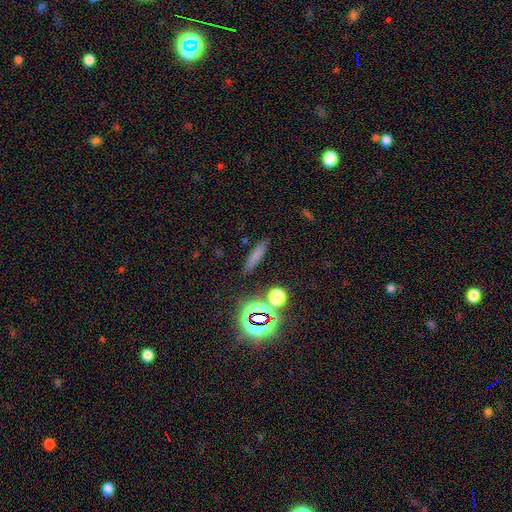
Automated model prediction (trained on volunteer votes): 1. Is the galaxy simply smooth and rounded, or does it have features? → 68% smooth, 19% star or artifact, 13% featured or disk.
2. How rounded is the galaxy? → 84% cigar-shaped, 12% in between, 5% round.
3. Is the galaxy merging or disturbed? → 86% none, 8% minor disturbance, 3% merger, 3% major disturbance.